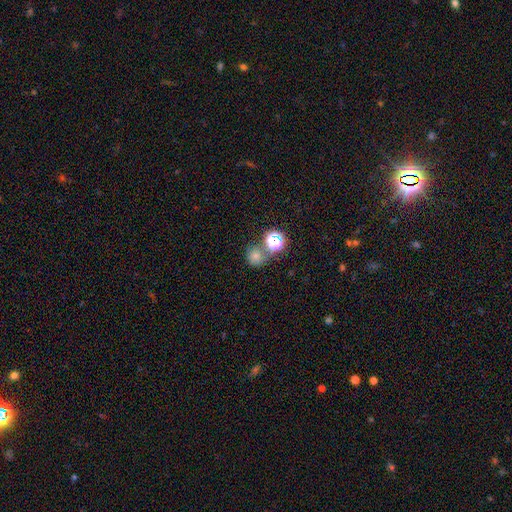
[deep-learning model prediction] Morphology: type=smooth (66%); roundness=round (86%); merging=none (57%).